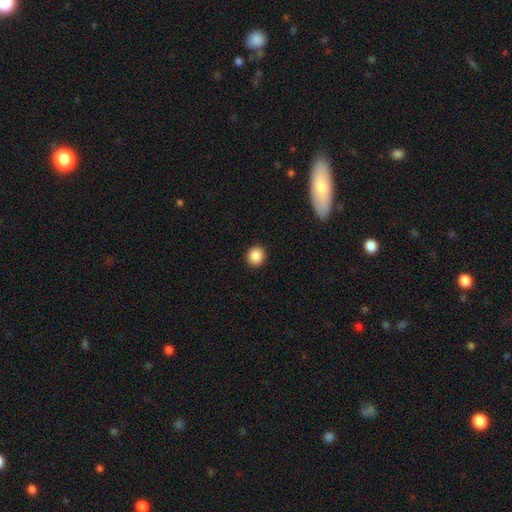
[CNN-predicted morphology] This is clearly a smooth galaxy (88%). How rounded: clearly round (87%). Merging: clearly none (92%).